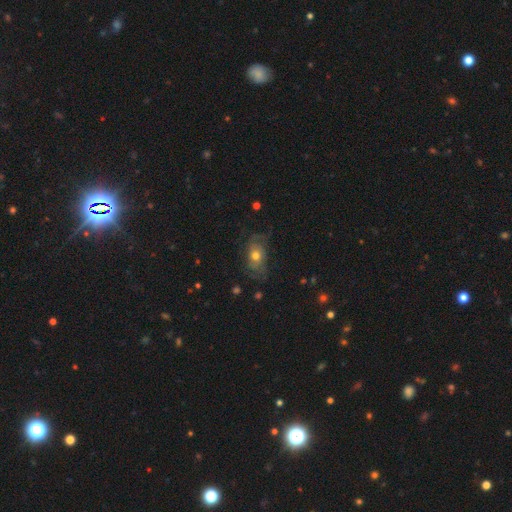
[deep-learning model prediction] A featured or disk galaxy (57%) with no bar (83%), spiral arms (74%) and a moderate central bulge (71%). Merging: none (59%).